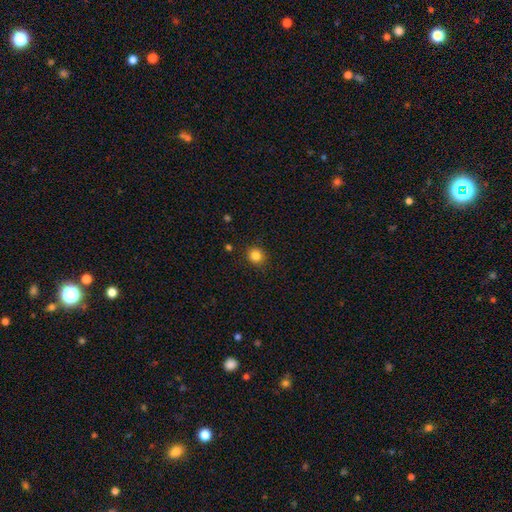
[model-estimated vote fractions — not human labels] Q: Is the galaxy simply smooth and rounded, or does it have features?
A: smooth — 84%.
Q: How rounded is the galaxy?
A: round — 88%.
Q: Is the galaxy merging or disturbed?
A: none — 90%.